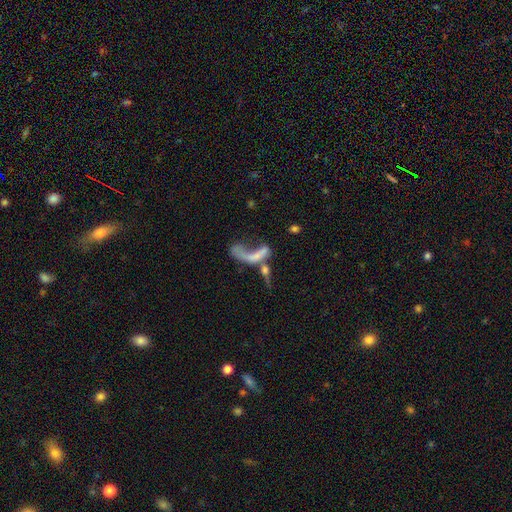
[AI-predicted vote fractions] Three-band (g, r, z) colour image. It shows a featured or disk galaxy (51%). Merging: merger (39%).